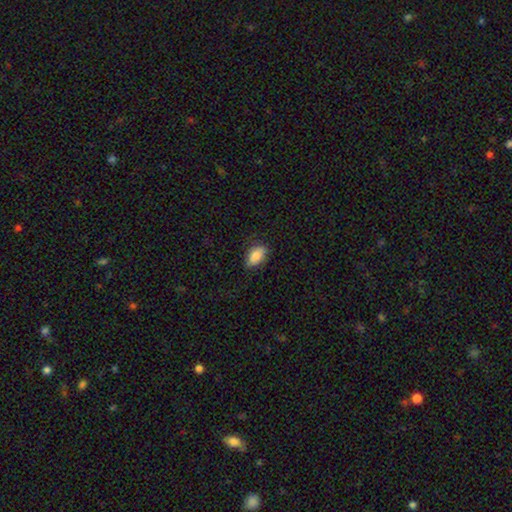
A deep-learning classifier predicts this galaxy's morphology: Smooth or featured?
  - smooth: 83% *
  - featured or disk: 10%
  - star or artifact: 7%
How rounded?
  - in between: 90% *
  - round: 6%
  - cigar-shaped: 4%
Merging?
  - none: 76% *
  - minor disturbance: 18%
  - major disturbance: 4%
  - merger: 1%